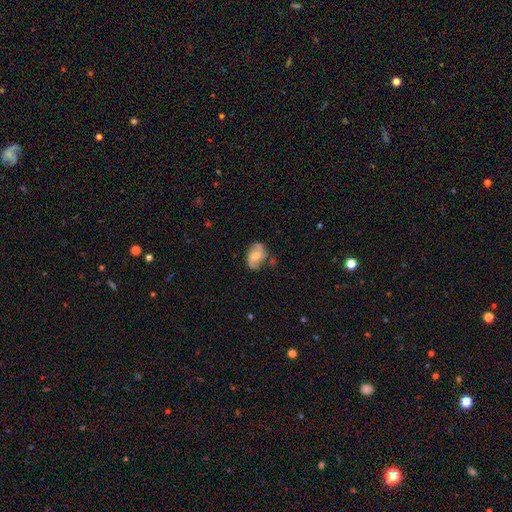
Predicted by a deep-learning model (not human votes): A featured or disk galaxy (60%) with a weak bar (43%), spiral arms (84%) and a moderate central bulge (41%).

Vote fractions:
- Smooth or featured? featured or disk: 60% / smooth: 32% / star or artifact: 8%
- Edge-on disk? no: 97% / yes: 3%
- Bar? weak: 43% / no: 42% / strong: 15%
- Spiral arms? yes: 84% / no: 16%
- Bulge size? moderate: 41% / small: 34% / none: 14% / large: 9% / dominant: 2%
- Merging? none: 58% / minor disturbance: 25% / major disturbance: 10% / merger: 7%